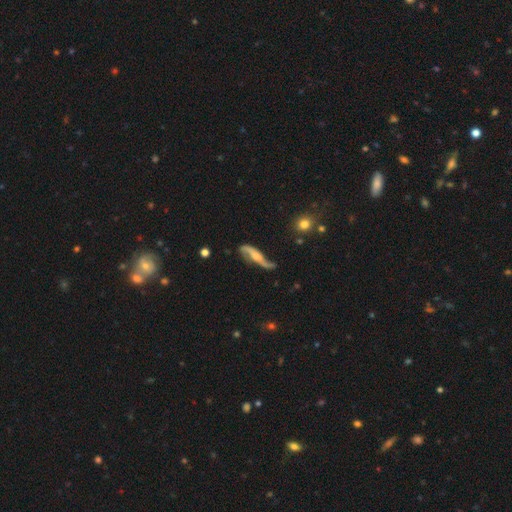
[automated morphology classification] Smooth or featured?
  - featured or disk: 83% *
  - smooth: 12%
  - star or artifact: 5%
Edge-on disk?
  - no: 79% *
  - yes: 21%
Bar?
  - no: 50% *
  - weak: 30%
  - strong: 19%
Spiral arms?
  - yes: 94% *
  - no: 6%
Spiral winding?
  - loose: 88% *
  - medium: 9%
  - tight: 3%
Spiral arm count?
  - 2: 91% *
  - 1: 3%
  - can't tell: 2%
  - 3: 1%
  - 4: 1%
  - more than 4: 1%
Bulge size?
  - small: 44% *
  - moderate: 41%
  - none: 9%
  - large: 5%
  - dominant: 2%
Merging?
  - none: 62% *
  - minor disturbance: 22%
  - major disturbance: 11%
  - merger: 4%